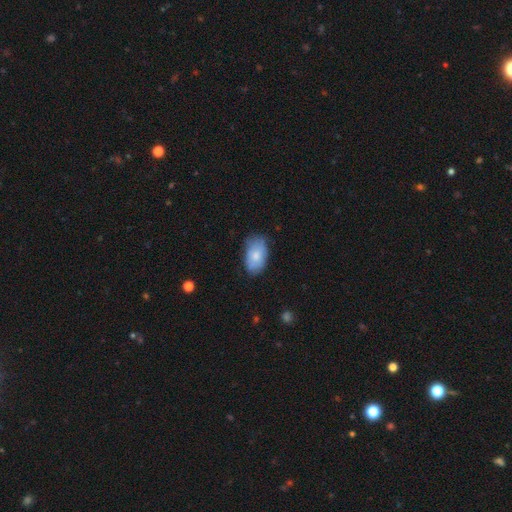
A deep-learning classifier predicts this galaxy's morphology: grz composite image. It shows a smooth galaxy with no disk features (77%) that is in between round and cigar-shaped (92%). Merging: none (66%).